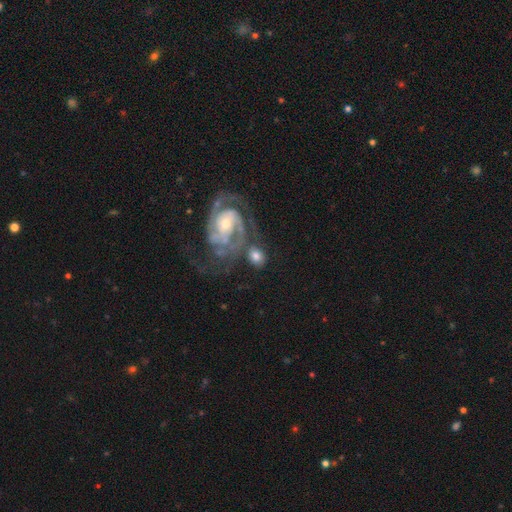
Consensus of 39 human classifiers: Overall: featured or disk (49%; smooth 44%). Edge-on disk: no (89%). Bar: no (59%; weak 35%). Spiral arms: yes (100%). Spiral arm count: 2 (76%). Spiral winding: tight (53%; medium 35%). Bulge size: moderate (59%; small 29%). Merging: merger (42%; none 33%).